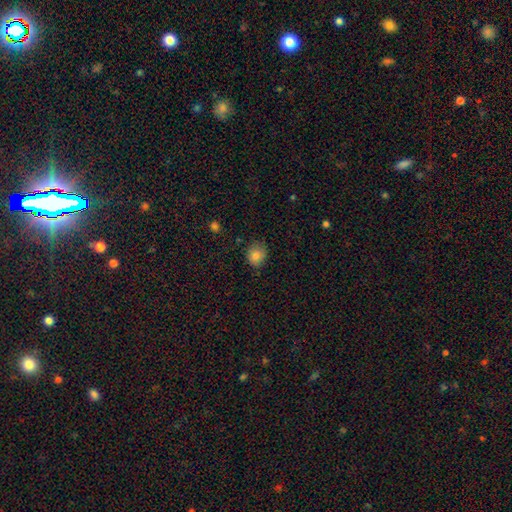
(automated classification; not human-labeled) This is clearly a smooth galaxy (83%). How rounded: likely round (74%). Merging: likely none (78%).